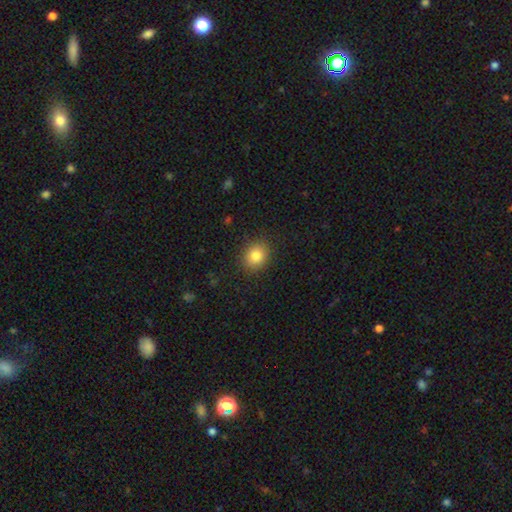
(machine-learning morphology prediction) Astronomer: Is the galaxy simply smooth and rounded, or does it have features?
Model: smooth — 83%.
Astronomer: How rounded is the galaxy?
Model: round — 63%.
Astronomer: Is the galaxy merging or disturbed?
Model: none — 88%.